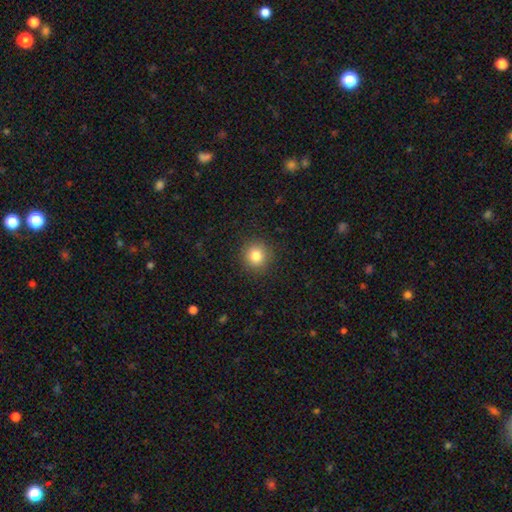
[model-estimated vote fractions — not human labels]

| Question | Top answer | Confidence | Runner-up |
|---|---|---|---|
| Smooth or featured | smooth | 82% | star or artifact (12%) |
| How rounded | round | 92% | in between (7%) |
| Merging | none | 90% | minor disturbance (6%) |